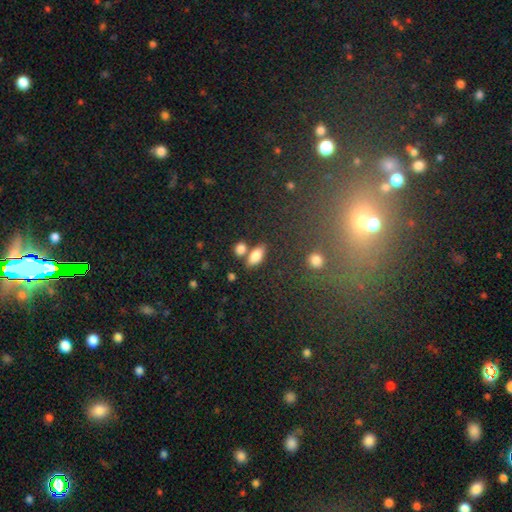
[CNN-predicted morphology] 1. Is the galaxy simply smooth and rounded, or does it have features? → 83% smooth, 9% featured or disk, 8% star or artifact.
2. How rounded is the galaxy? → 83% in between, 9% round, 8% cigar-shaped.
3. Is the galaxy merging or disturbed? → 65% none, 21% merger, 11% minor disturbance, 4% major disturbance.